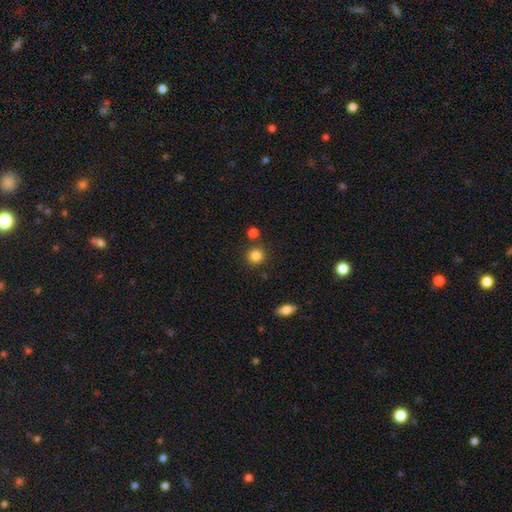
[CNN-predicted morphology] This is clearly a smooth galaxy (84%). How rounded: clearly round (91%). Merging: clearly none (82%).